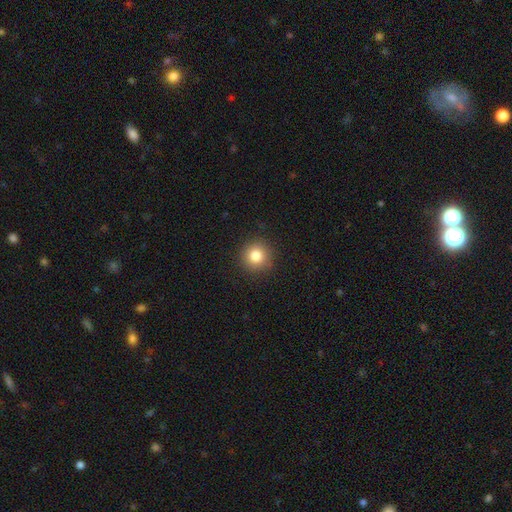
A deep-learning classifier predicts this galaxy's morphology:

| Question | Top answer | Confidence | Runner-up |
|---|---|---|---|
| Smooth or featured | smooth | 82% | star or artifact (11%) |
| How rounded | round | 94% | in between (5%) |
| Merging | none | 91% | minor disturbance (6%) |